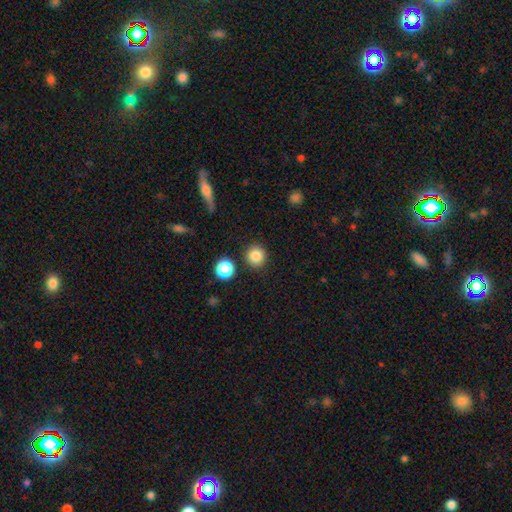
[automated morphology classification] smooth-or-featured: smooth: 84% | star or artifact: 11% | featured or disk: 5%
  how-rounded: round: 91% | in between: 8% | cigar-shaped: 1%
  merging: none: 87% | minor disturbance: 7% | merger: 3% | major disturbance: 3%